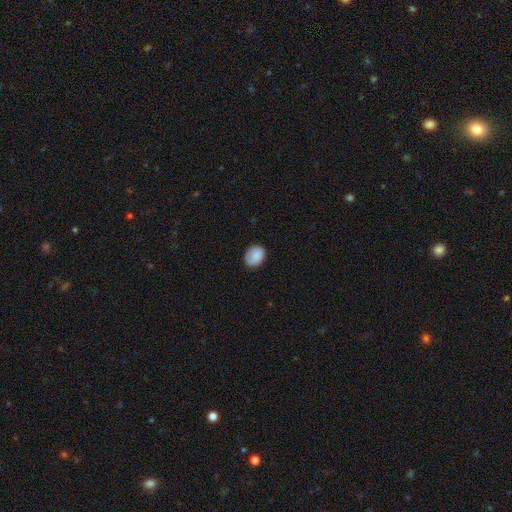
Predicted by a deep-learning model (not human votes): smooth-or-featured: smooth: 84% | featured or disk: 8% | star or artifact: 7%
  how-rounded: round: 50% | in between: 49% | cigar-shaped: 1%
  merging: none: 80% | minor disturbance: 16% | major disturbance: 3% | merger: 1%